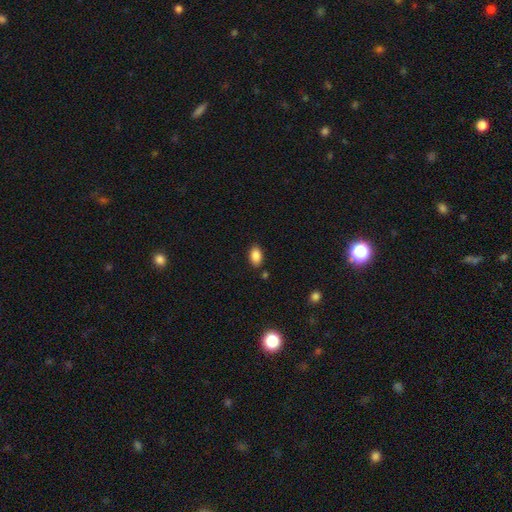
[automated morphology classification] smooth_or_featured: smooth (p=0.86) [alt: star or artifact p=0.09]
how_rounded: in between (p=0.90) [alt: round p=0.08]
merging: none (p=0.85) [alt: minor disturbance p=0.10]